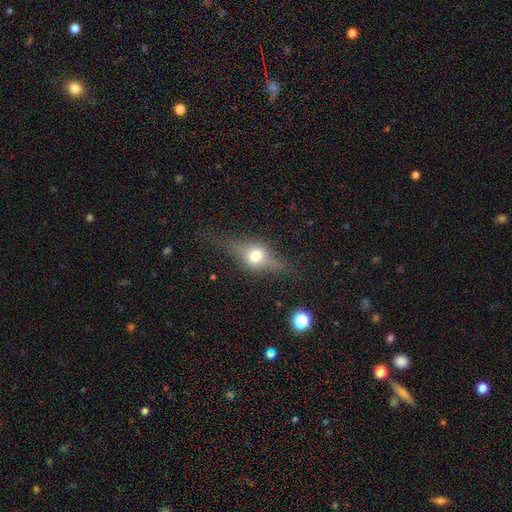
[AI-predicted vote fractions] The model was most divided on "smooth or featured": featured or disk: 48%, smooth: 40%, star or artifact: 11%. More confident: merging — none (71%).